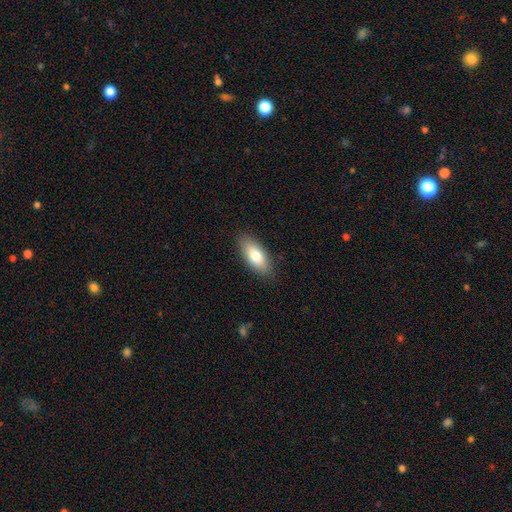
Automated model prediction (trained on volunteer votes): Q: Smooth or featured?
A: smooth (79%); runner-up: featured or disk (15%)
Q: How rounded?
A: in between (83%); runner-up: cigar-shaped (15%)
Q: Merging?
A: none (86%); runner-up: minor disturbance (10%)